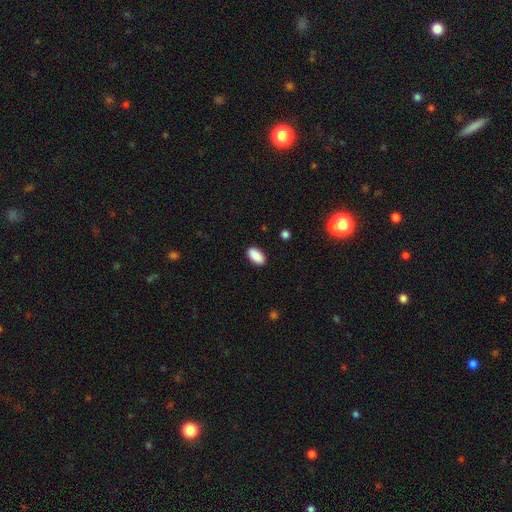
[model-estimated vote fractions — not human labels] Smooth or featured? smooth (90%)
How rounded? in between (93%)
Merging? none (88%)